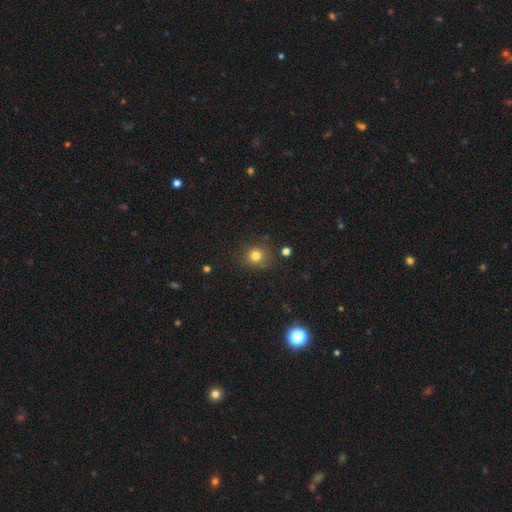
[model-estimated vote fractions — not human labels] Q: Smooth or featured?
A: smooth (79%); runner-up: star or artifact (15%)
Q: How rounded?
A: round (89%); runner-up: in between (10%)
Q: Merging?
A: none (82%); runner-up: minor disturbance (12%)